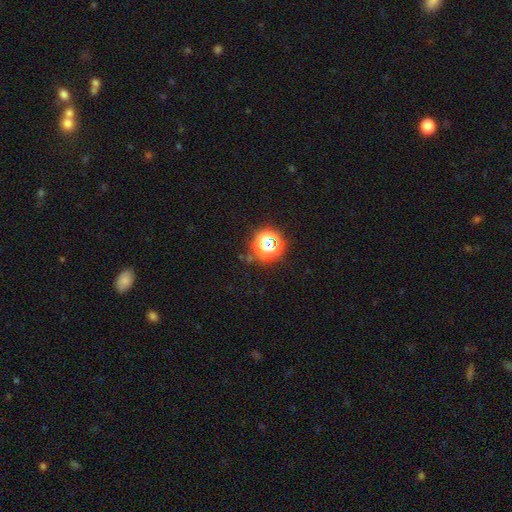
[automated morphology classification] Q: Smooth or featured?
A: star or artifact (73%); runner-up: smooth (21%)